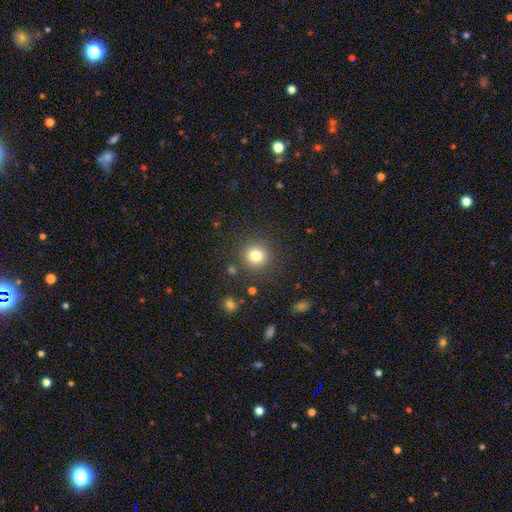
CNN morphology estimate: Smooth or featured? Predicted: smooth (p=0.81). How rounded? Predicted: round (p=0.88). Merging? Predicted: none (p=0.85).